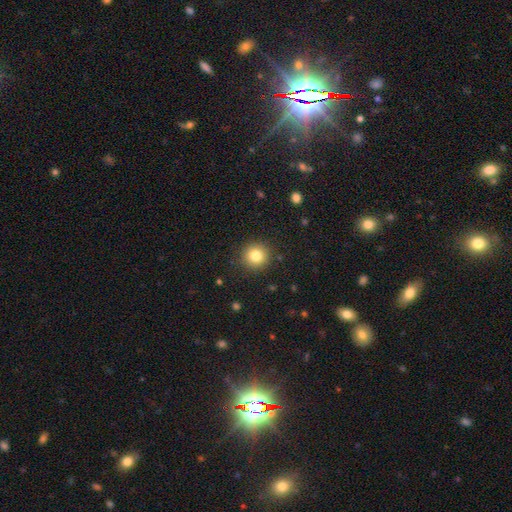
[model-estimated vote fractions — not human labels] This appears to be a smooth galaxy with no disk features (81%) that is round (93%). Merging: none (90%).